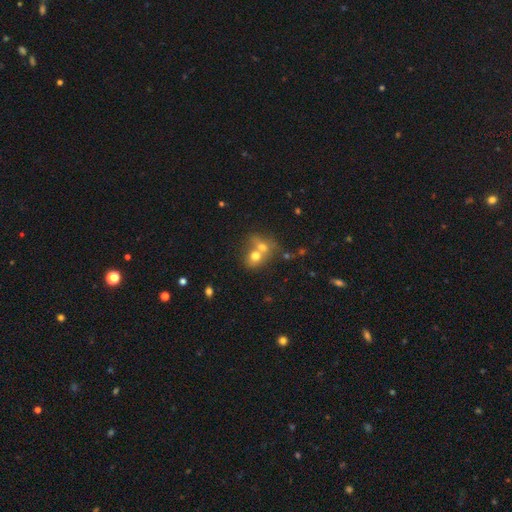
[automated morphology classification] smooth-or-featured: smooth: 67% | featured or disk: 21% | star or artifact: 12%
  how-rounded: round: 60% | in between: 39% | cigar-shaped: 1%
  merging: merger: 69% | none: 22% | minor disturbance: 6% | major disturbance: 3%